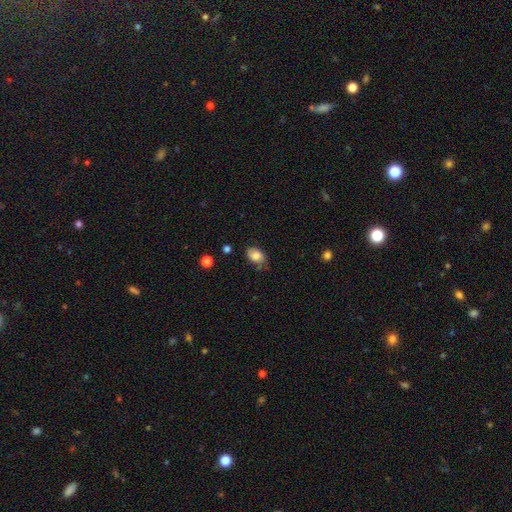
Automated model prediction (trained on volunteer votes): This appears to be a smooth galaxy with no disk features (82%) that is in between round and cigar-shaped (79%). Merging: none (65%).